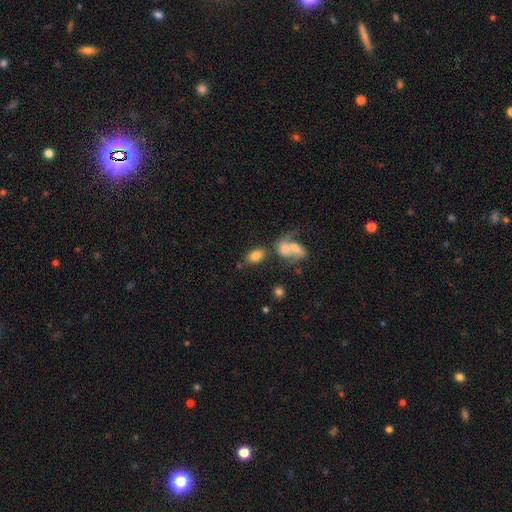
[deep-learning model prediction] Q: Smooth or featured?
A: smooth (80%); runner-up: featured or disk (11%)
Q: How rounded?
A: in between (88%); runner-up: round (10%)
Q: Merging?
A: none (55%); runner-up: merger (27%)